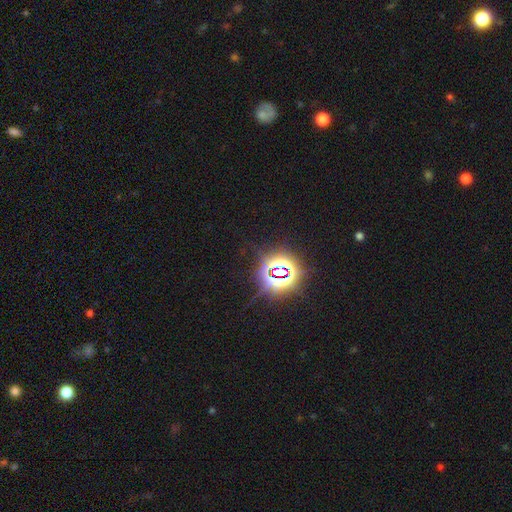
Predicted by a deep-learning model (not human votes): smooth_or_featured: star or artifact (p=0.83) [alt: smooth p=0.12]